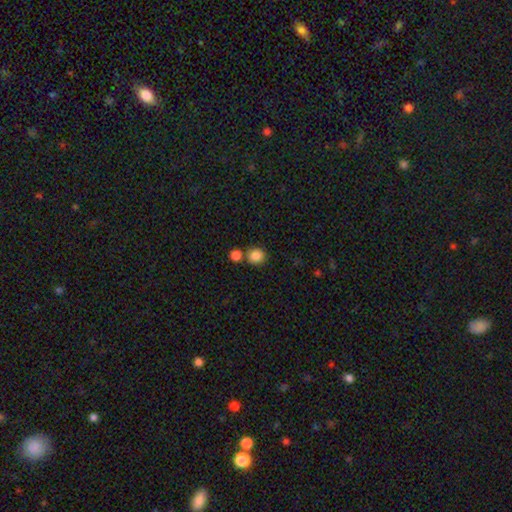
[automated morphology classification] Q: Smooth or featured?
A: smooth (86%); runner-up: star or artifact (10%)
Q: How rounded?
A: round (86%); runner-up: in between (13%)
Q: Merging?
A: none (70%); runner-up: merger (19%)